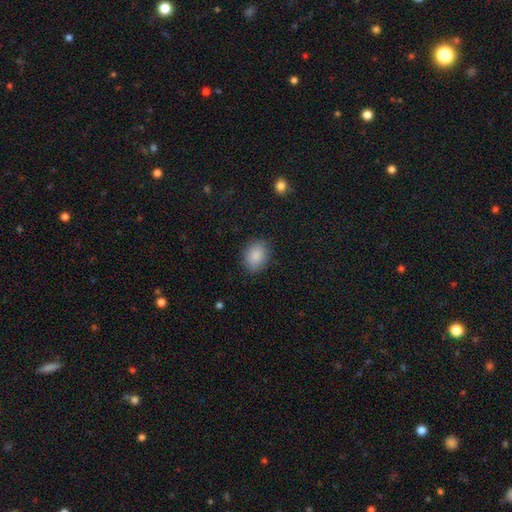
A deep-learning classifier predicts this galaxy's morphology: Overall: smooth (88%). How rounded: in between (62%; round 37%). Merging: none (84%).